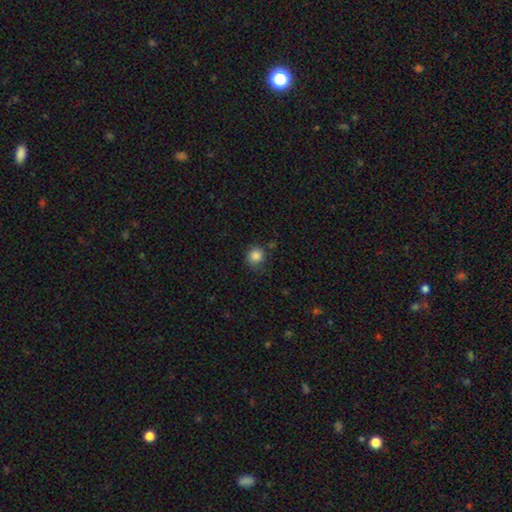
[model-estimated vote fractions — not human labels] A smooth galaxy with no disk features (86%) that is round (90%).

Vote fractions:
- Smooth or featured? smooth: 86% / star or artifact: 11% / featured or disk: 3%
- How rounded? round: 90% / in between: 10% / cigar-shaped: 1%
- Merging? none: 80% / minor disturbance: 14% / major disturbance: 4% / merger: 2%